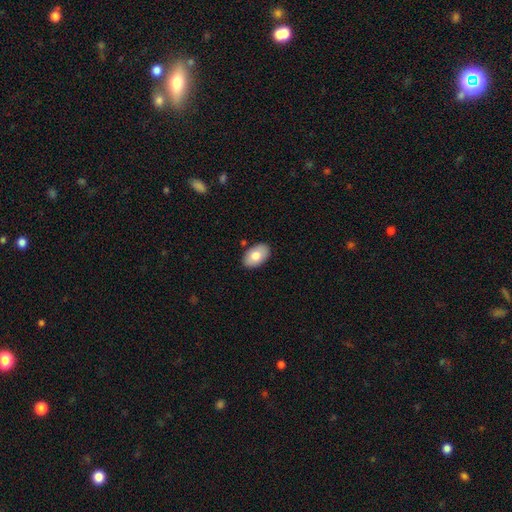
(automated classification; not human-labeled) Q: Smooth or featured?
A: smooth (78%); runner-up: featured or disk (16%)
Q: How rounded?
A: in between (92%); runner-up: round (7%)
Q: Merging?
A: none (86%); runner-up: minor disturbance (10%)